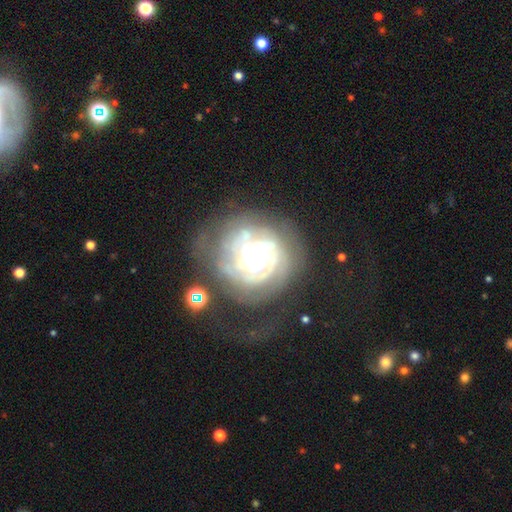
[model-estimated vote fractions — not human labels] Q: Smooth or featured?
A: featured or disk (81%); runner-up: smooth (11%)
Q: Edge-on disk?
A: no (97%); runner-up: yes (3%)
Q: Bar?
A: no (75%); runner-up: weak (18%)
Q: Spiral arms?
A: yes (88%); runner-up: no (12%)
Q: Spiral winding?
A: tight (73%); runner-up: medium (20%)
Q: Spiral arm count?
A: can't tell (43%); runner-up: 3 (16%)
Q: Bulge size?
A: moderate (53%); runner-up: large (26%)
Q: Merging?
A: none (55%); runner-up: minor disturbance (21%)